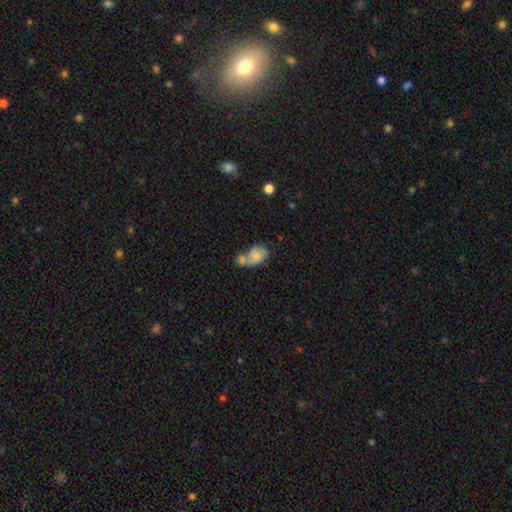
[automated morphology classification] Smooth or featured? Predicted: smooth (p=0.70). How rounded? Predicted: in between (p=0.77). Merging? Predicted: merger (p=0.63).